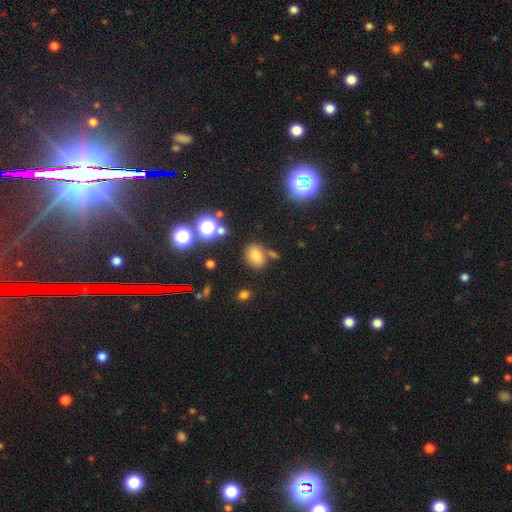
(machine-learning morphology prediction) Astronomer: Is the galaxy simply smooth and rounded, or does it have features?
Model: smooth — 74%.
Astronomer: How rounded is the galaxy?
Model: in between — 55% (runner-up: round, 44%).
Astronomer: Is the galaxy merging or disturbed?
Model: none — 70%.